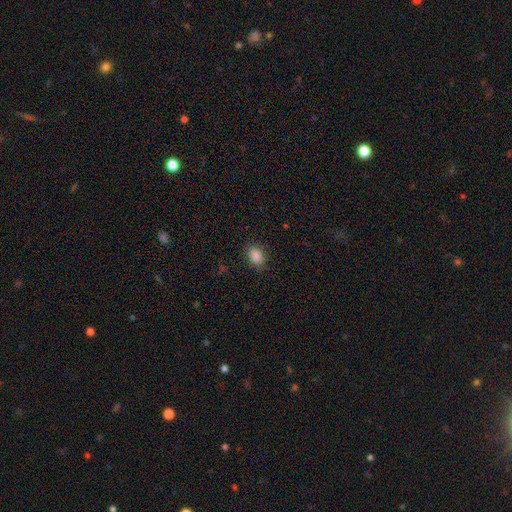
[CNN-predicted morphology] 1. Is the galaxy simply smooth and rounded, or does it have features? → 87% smooth, 9% star or artifact, 4% featured or disk.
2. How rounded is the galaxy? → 76% in between, 22% round, 1% cigar-shaped.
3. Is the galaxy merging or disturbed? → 87% none, 9% minor disturbance, 3% major disturbance, 1% merger.